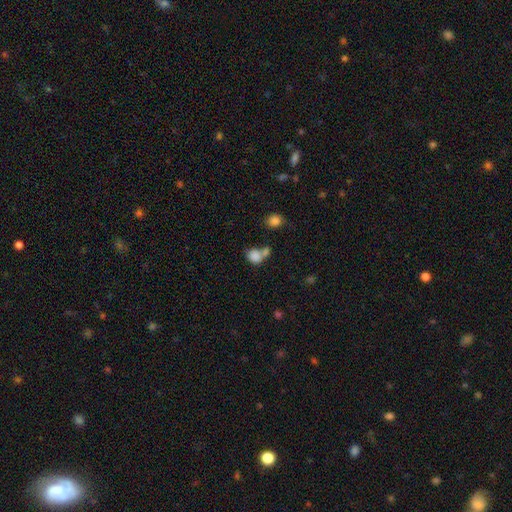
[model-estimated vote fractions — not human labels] Smooth or featured? Predicted: smooth (p=0.82). How rounded? Predicted: round (p=0.60). Merging? Predicted: merger (p=0.48).